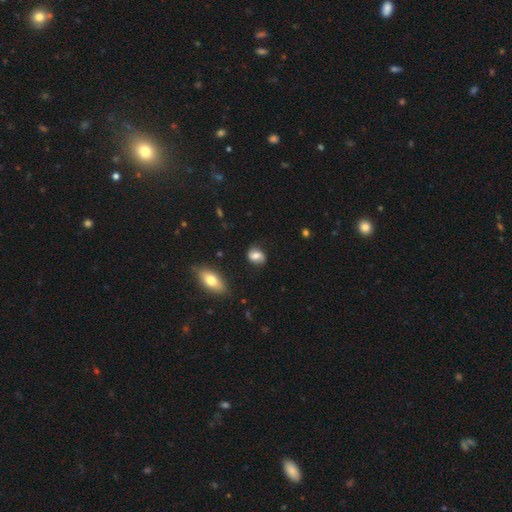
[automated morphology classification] Overall: smooth (65%; featured or disk 26%). How rounded: in between (62%; round 35%). Merging: none (75%).